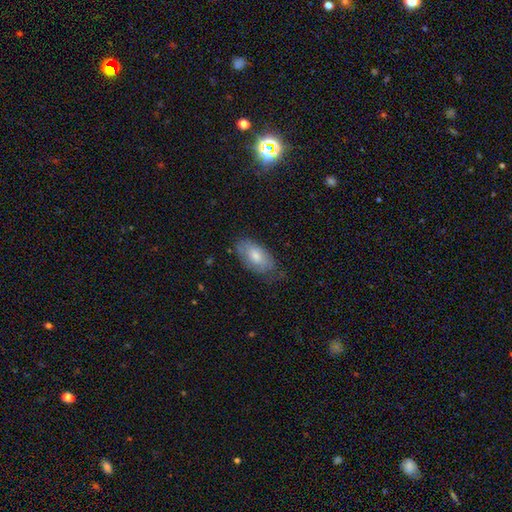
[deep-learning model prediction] A smooth galaxy with no disk features (69%) that is in between round and cigar-shaped (94%). Merging: none (63%).